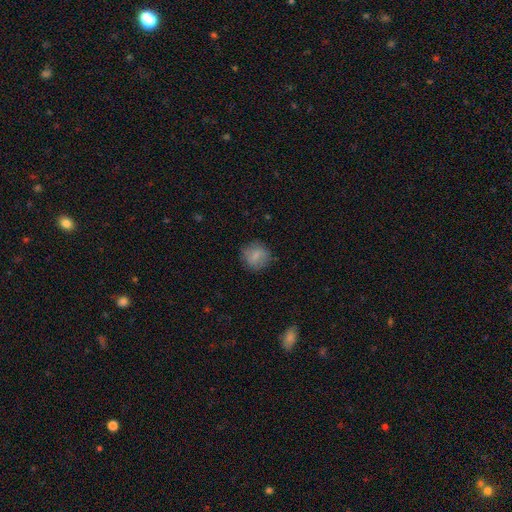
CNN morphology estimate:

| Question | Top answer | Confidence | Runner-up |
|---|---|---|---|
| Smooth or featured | smooth | 78% | featured or disk (13%) |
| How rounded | round | 84% | in between (15%) |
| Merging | none | 81% | minor disturbance (13%) |